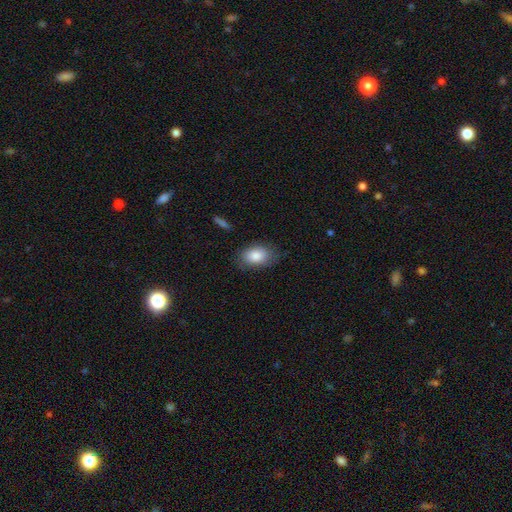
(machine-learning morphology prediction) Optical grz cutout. It shows a smooth galaxy with no disk features (85%) that is in between round and cigar-shaped (87%). Merging: none (75%).